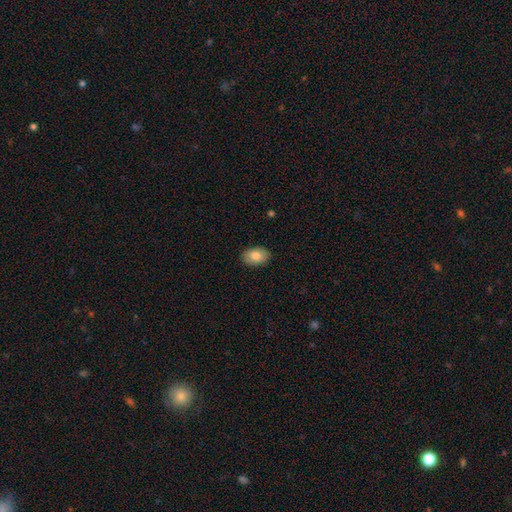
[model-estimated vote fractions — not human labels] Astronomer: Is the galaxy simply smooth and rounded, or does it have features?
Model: smooth — 82%.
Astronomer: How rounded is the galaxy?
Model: in between — 85%.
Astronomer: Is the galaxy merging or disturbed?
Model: none — 89%.